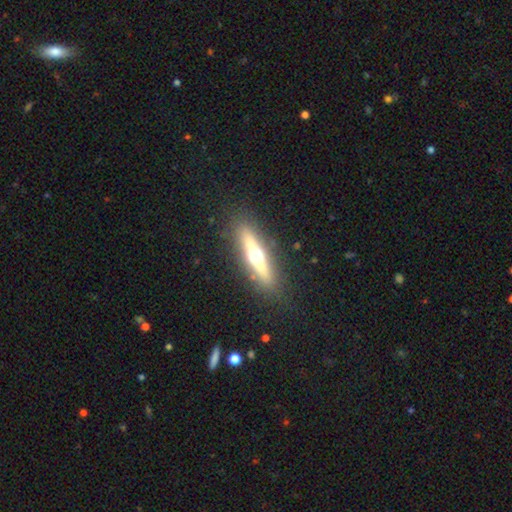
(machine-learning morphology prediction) smooth_or_featured: featured or disk (p=0.61) [alt: smooth p=0.30]
disk_edge_on: yes (p=0.90) [alt: no p=0.10]
edge_on_bulge: rounded (p=0.95) [alt: boxy p=0.03]
merging: none (p=0.86) [alt: minor disturbance p=0.09]